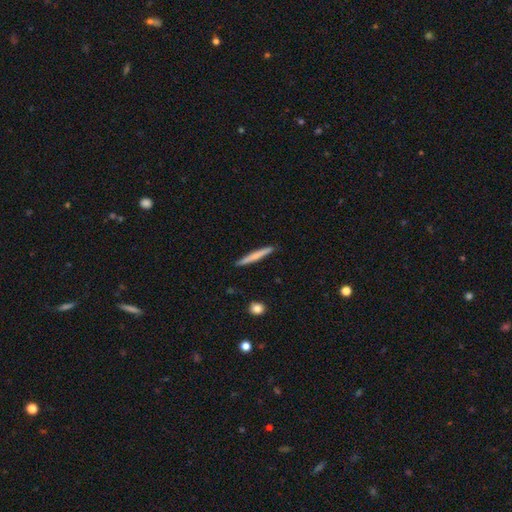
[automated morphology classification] Smooth or featured? Predicted: smooth (p=0.66). How rounded? Predicted: cigar-shaped (p=0.96). Merging? Predicted: none (p=0.91).